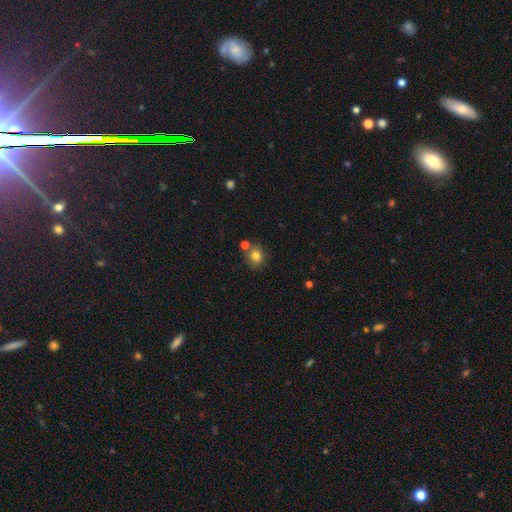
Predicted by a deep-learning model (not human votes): A smooth galaxy with no disk features (79%) that is round (74%).

Vote fractions:
- Smooth or featured? smooth: 79% / star or artifact: 12% / featured or disk: 8%
- How rounded? round: 74% / in between: 25% / cigar-shaped: 1%
- Merging? none: 70% / merger: 16% / minor disturbance: 11% / major disturbance: 3%